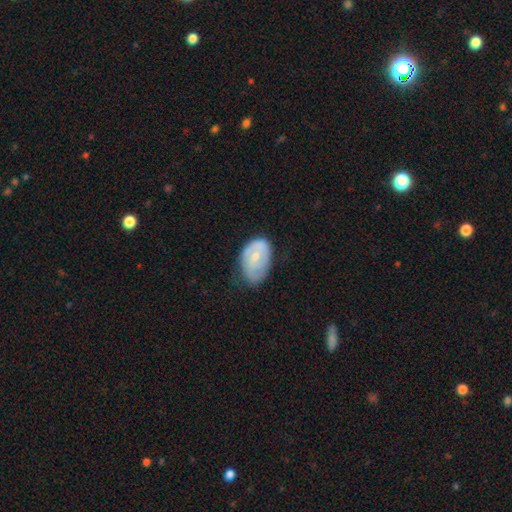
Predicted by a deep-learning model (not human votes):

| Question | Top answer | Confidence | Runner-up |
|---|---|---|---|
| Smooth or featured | featured or disk | 48% | smooth (46%) |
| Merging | none | 50% | minor disturbance (38%) |